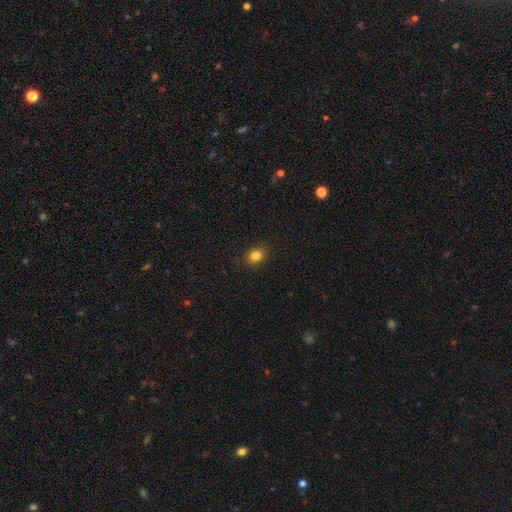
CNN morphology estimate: Smooth or featured? Predicted: smooth (p=0.84). How rounded? Predicted: round (p=0.53). Merging? Predicted: none (p=0.88).